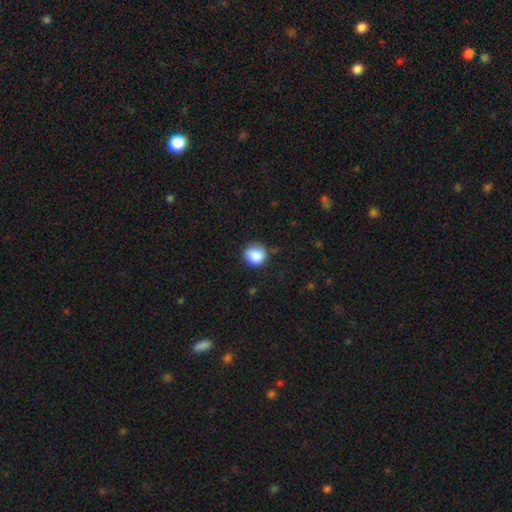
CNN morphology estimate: A smooth galaxy with no disk features (87%) that is round (85%). Merging: none (76%).